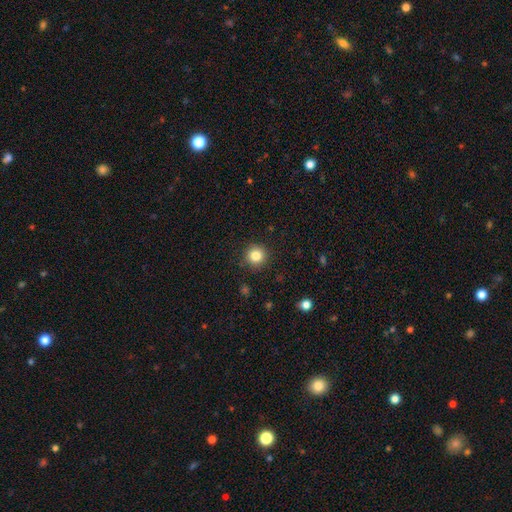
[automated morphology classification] smooth-or-featured: smooth: 83% | star or artifact: 11% | featured or disk: 6%
  how-rounded: round: 95% | in between: 4% | cigar-shaped: 1%
  merging: none: 91% | minor disturbance: 6% | major disturbance: 2% | merger: 1%